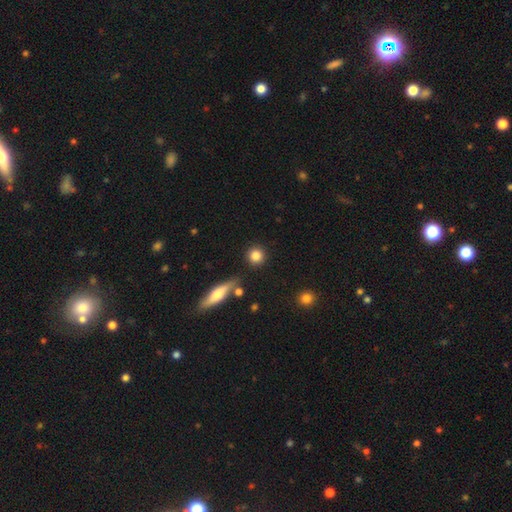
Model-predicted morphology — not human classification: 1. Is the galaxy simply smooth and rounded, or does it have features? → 83% smooth, 9% star or artifact, 8% featured or disk.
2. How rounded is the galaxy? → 92% round, 7% in between, 2% cigar-shaped.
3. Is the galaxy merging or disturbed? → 87% none, 7% minor disturbance, 4% merger, 2% major disturbance.